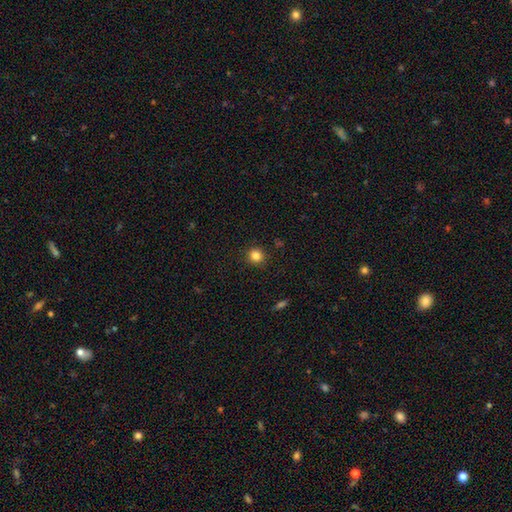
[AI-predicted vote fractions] Smooth or featured: smooth — 83% (star or artifact — 12%)
How rounded: round — 92% (in between — 7%)
Merging: none — 91% (minor disturbance — 6%)